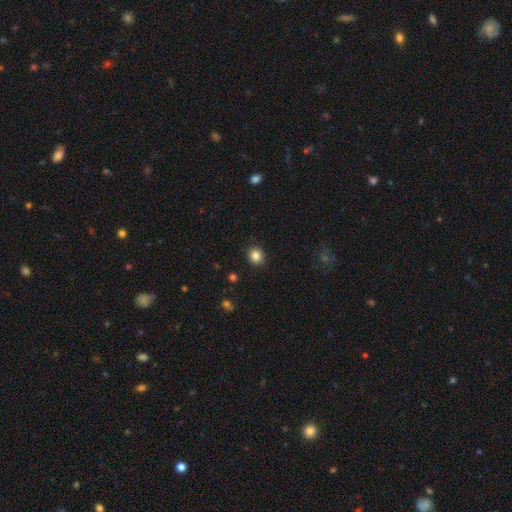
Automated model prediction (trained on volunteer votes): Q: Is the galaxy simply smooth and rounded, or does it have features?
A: smooth — 84%.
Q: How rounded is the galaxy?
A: round — 84%.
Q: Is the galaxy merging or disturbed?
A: none — 90%.